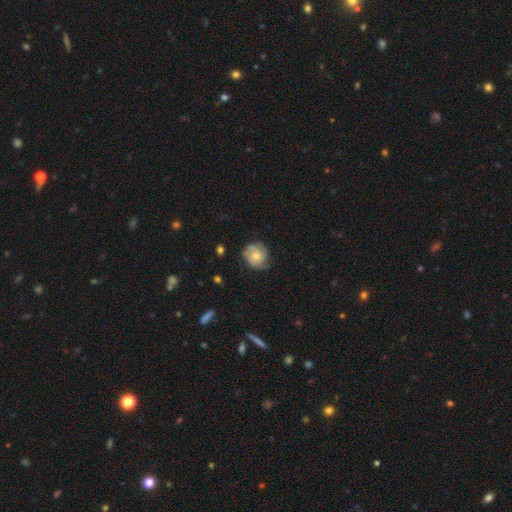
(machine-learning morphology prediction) Overall: featured or disk (58%; smooth 35%). Edge-on disk: no (98%). Bar: no (75%). Spiral arms: yes (87%). Bulge size: moderate (52%; small 39%). Merging: none (66%).